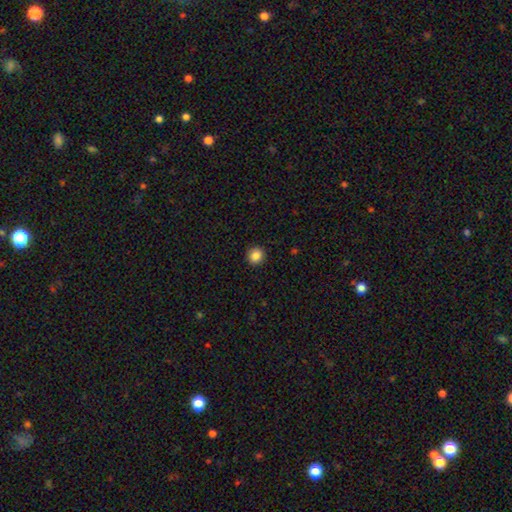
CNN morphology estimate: A smooth galaxy with no disk features (86%) that is round (90%). Merging: none (93%).